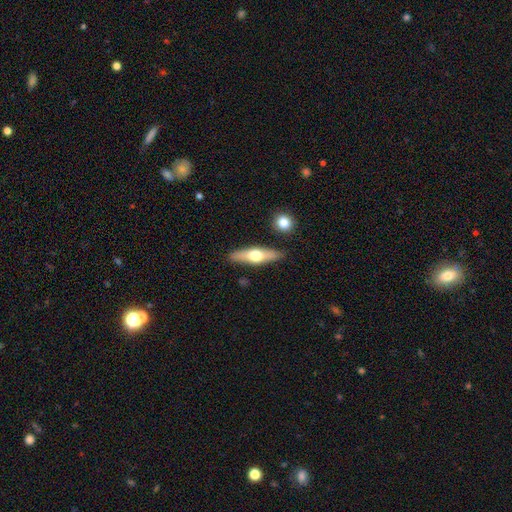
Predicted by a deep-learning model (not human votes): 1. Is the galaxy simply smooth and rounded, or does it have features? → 48% featured or disk, 46% smooth, 5% star or artifact.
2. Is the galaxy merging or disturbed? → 84% none, 10% minor disturbance, 4% merger, 2% major disturbance.